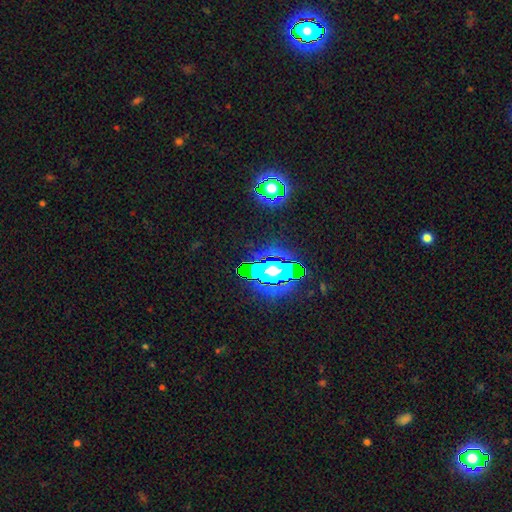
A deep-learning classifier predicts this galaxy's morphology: smooth_or_featured: star or artifact (p=0.79) [alt: smooth p=0.12]